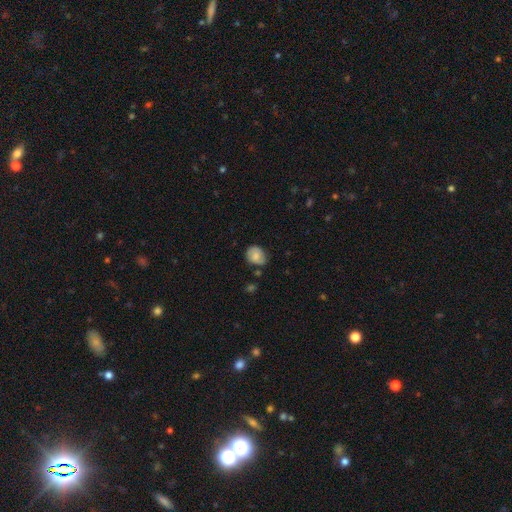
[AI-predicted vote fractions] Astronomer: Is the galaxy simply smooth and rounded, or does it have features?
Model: smooth — 71%.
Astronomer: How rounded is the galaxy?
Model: round — 61% (runner-up: in between, 38%).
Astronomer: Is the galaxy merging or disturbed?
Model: none — 69%.